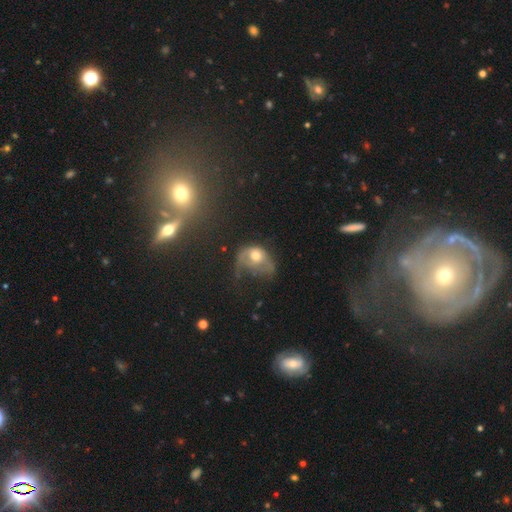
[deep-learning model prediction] Overall: smooth (50%; featured or disk 38%). How rounded: in between (60%; round 38%). Merging: major disturbance (55%; minor disturbance 23%).